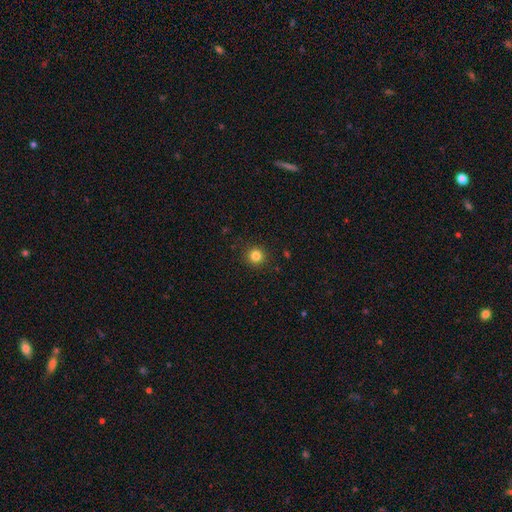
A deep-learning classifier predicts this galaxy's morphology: smooth_or_featured: smooth (p=0.83) [alt: star or artifact p=0.13]
how_rounded: round (p=0.93) [alt: in between p=0.06]
merging: none (p=0.91) [alt: minor disturbance p=0.06]